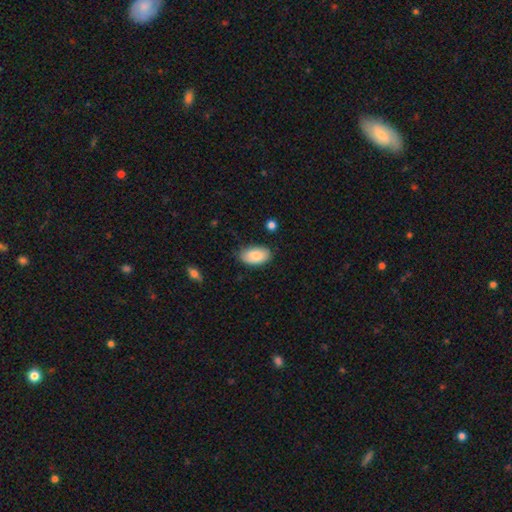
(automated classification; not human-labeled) smooth_or_featured: smooth (p=0.83) [alt: featured or disk p=0.11]
how_rounded: in between (p=0.94) [alt: round p=0.04]
merging: none (p=0.77) [alt: minor disturbance p=0.19]